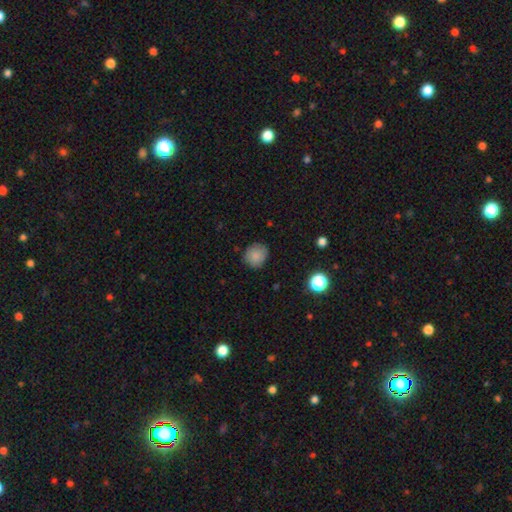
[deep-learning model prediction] The model was most divided on "how rounded": round: 82%, in between: 17%, cigar-shaped: 1%. More confident: smooth or featured — smooth (84%); merging — none (82%).